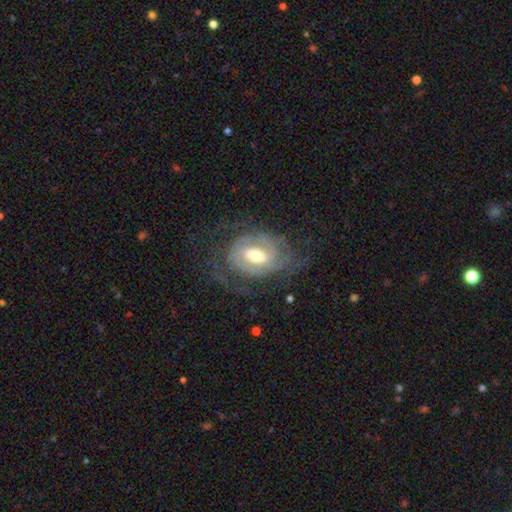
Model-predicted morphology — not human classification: Overall: featured or disk (83%). Edge-on disk: no (96%). Bar: weak (49%; no 27%). Spiral arms: yes (90%). Spiral arm count: 2 (41%; can't tell 31%). Spiral winding: tight (59%; medium 30%). Bulge size: moderate (66%). Merging: none (64%).